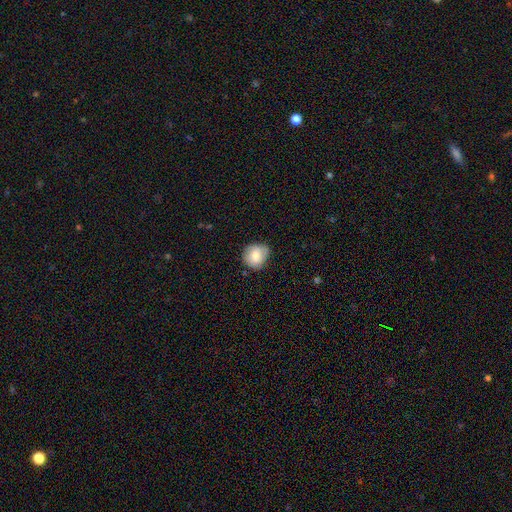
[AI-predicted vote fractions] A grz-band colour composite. It shows a smooth galaxy with no disk features (77%) that is round (79%). Merging: none (70%).